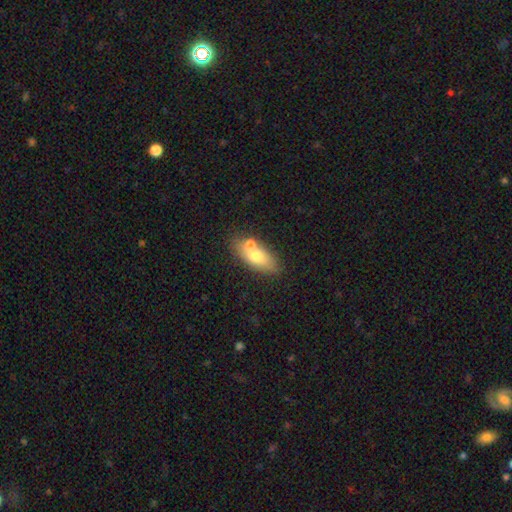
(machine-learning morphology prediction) Smooth or featured: smooth — 65% (featured or disk — 26%)
How rounded: in between — 80% (cigar-shaped — 13%)
Merging: none — 55% (merger — 28%)